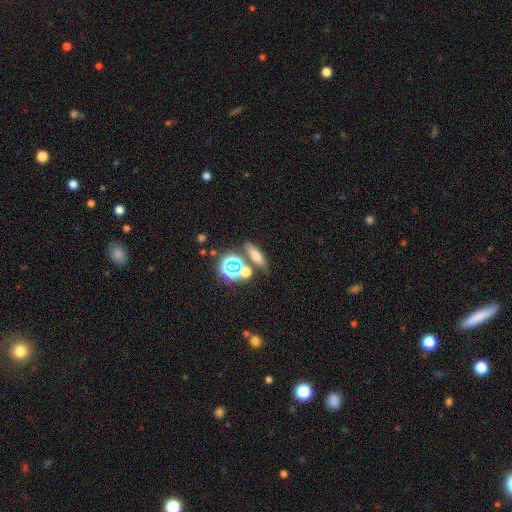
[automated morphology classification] Smooth or featured?
  - smooth: 62% *
  - star or artifact: 24%
  - featured or disk: 14%
How rounded?
  - in between: 51% *
  - cigar-shaped: 27%
  - round: 22%
Merging?
  - none: 67% *
  - merger: 19%
  - minor disturbance: 10%
  - major disturbance: 4%